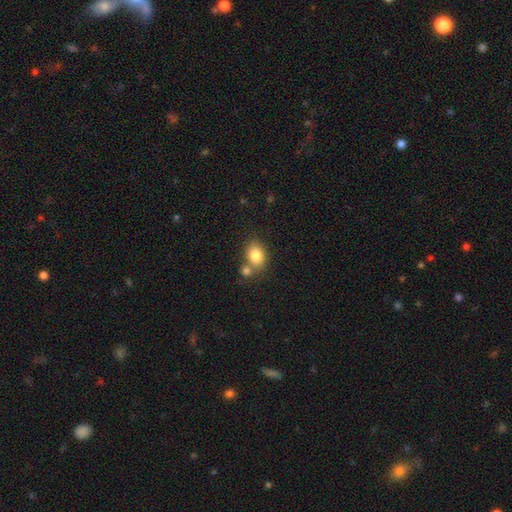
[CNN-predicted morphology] This is clearly a smooth galaxy (83%). How rounded: likely in between (63%). Merging: possibly none (56%).